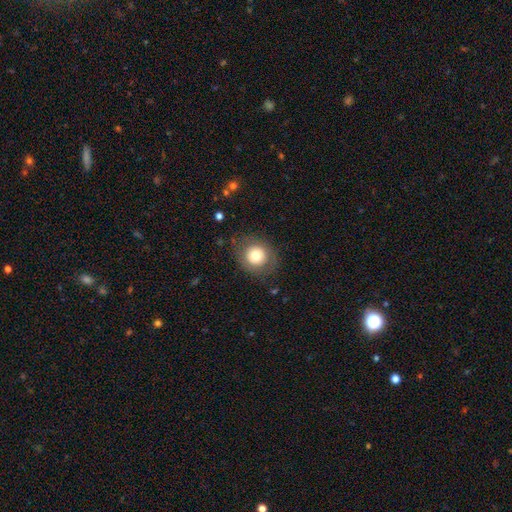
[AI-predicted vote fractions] Smooth or featured? Predicted: smooth (p=0.73). How rounded? Predicted: round (p=0.84). Merging? Predicted: none (p=0.81).